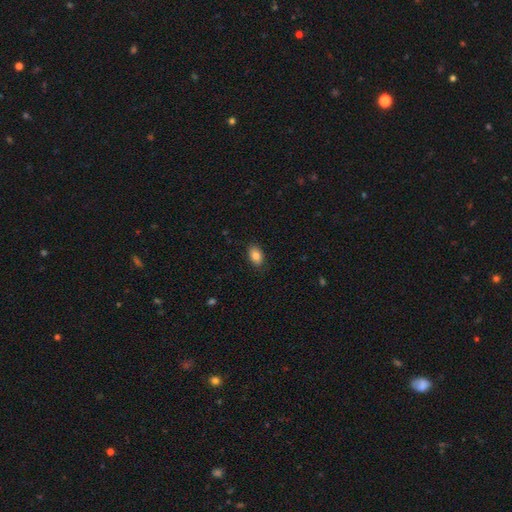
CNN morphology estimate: smooth_or_featured: smooth (p=0.85) [alt: star or artifact p=0.08]
how_rounded: in between (p=0.88) [alt: round p=0.11]
merging: none (p=0.86) [alt: minor disturbance p=0.10]